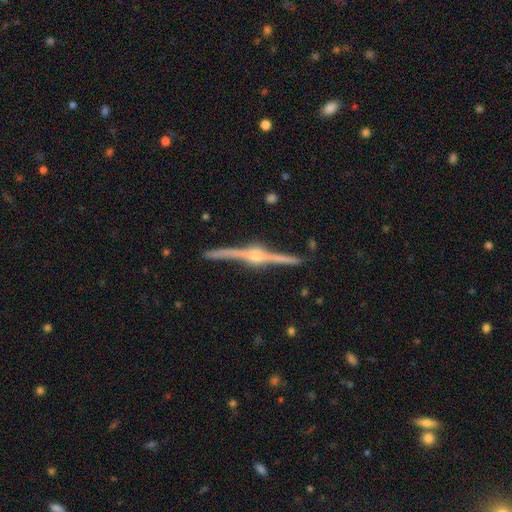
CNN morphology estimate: smooth_or_featured: featured or disk (p=0.92) [alt: smooth p=0.04]
disk_edge_on: yes (p=0.98) [alt: no p=0.02]
edge_on_bulge: rounded (p=0.91) [alt: boxy p=0.06]
merging: none (p=0.89) [alt: minor disturbance p=0.08]